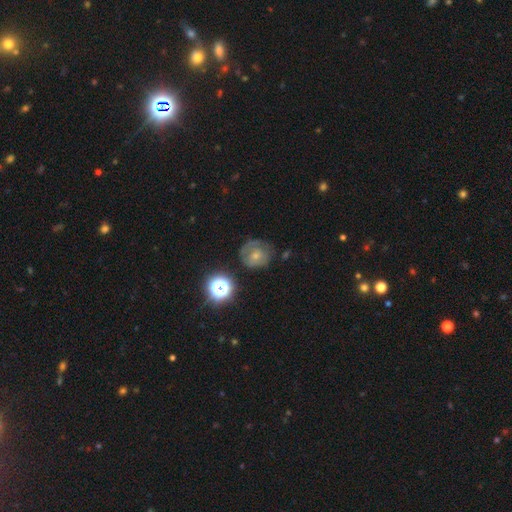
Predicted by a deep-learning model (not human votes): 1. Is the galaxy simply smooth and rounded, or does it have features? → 50% smooth, 36% featured or disk, 14% star or artifact.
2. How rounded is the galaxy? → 81% round, 18% in between, 1% cigar-shaped.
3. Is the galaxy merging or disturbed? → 59% none, 24% minor disturbance, 13% major disturbance, 3% merger.